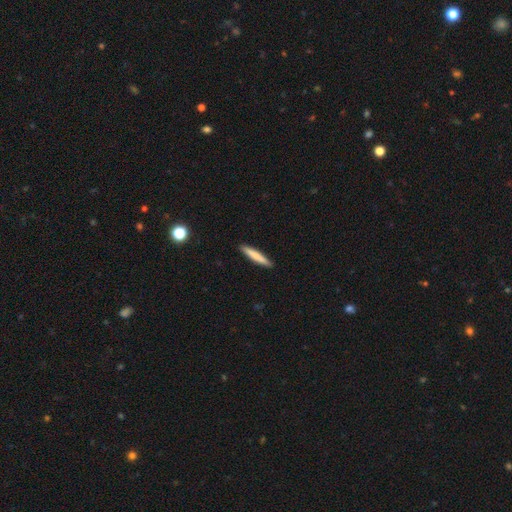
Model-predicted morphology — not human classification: type=smooth (74%); roundness=cigar-shaped (94%); merging=none (91%).